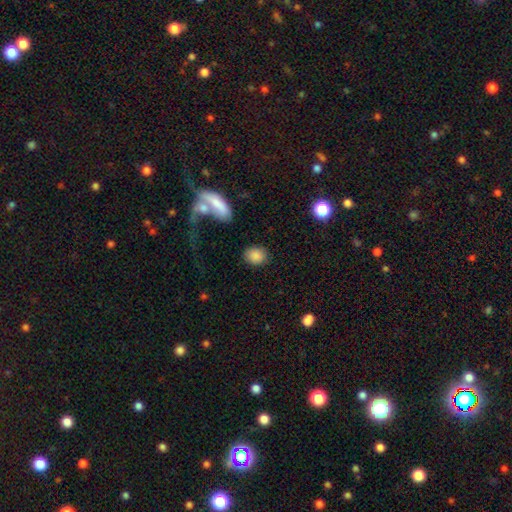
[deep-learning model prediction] smooth-or-featured: smooth: 86% | star or artifact: 8% | featured or disk: 6%
  how-rounded: round: 57% | in between: 41% | cigar-shaped: 2%
  merging: none: 82% | minor disturbance: 10% | merger: 4% | major disturbance: 4%